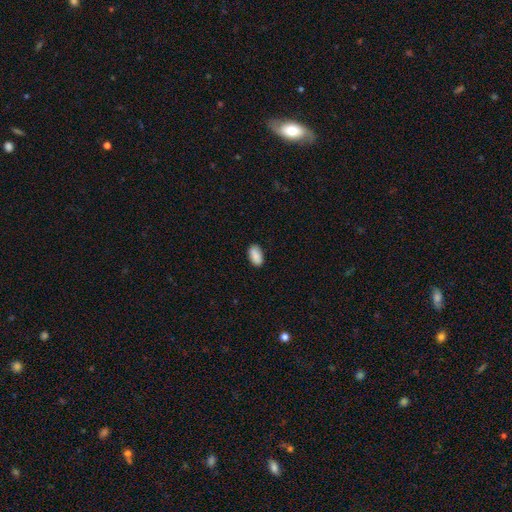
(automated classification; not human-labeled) smooth 89%, star or artifact 7%, featured or disk 5%. Down the decision tree: how rounded — in between (94%); merging — none (85%).